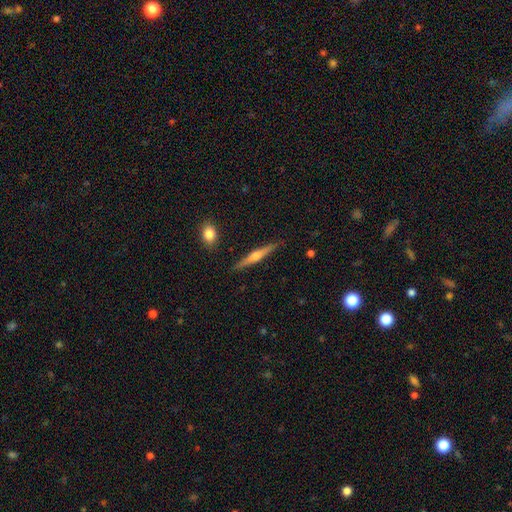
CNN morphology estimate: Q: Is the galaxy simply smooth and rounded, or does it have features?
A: featured or disk — 64%.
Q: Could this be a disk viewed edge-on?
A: yes — 97%.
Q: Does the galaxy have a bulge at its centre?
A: rounded — 86%.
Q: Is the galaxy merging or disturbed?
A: none — 88%.